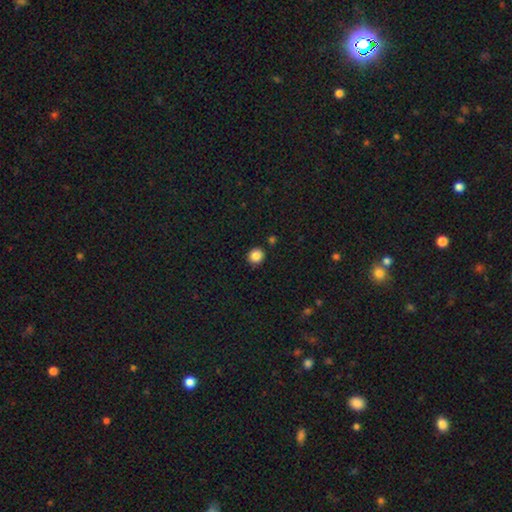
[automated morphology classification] A smooth galaxy with no disk features (86%) that is round (87%).

Vote fractions:
- Smooth or featured? smooth: 86% / star or artifact: 10% / featured or disk: 4%
- How rounded? round: 87% / in between: 12% / cigar-shaped: 1%
- Merging? none: 88% / minor disturbance: 7% / merger: 3% / major disturbance: 2%